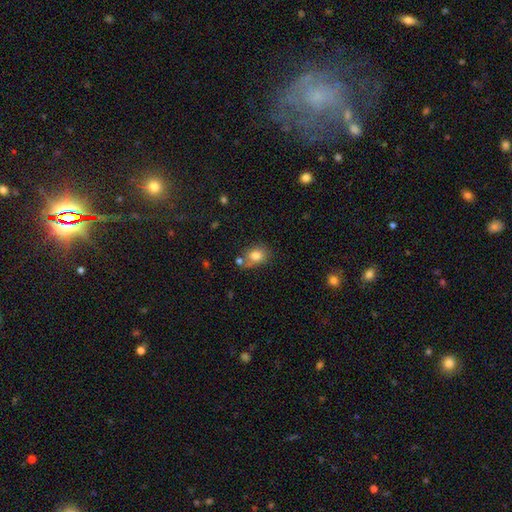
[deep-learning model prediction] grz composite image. It shows a smooth galaxy with no disk features (80%) that is in between round and cigar-shaped (50%). Merging: none (63%).